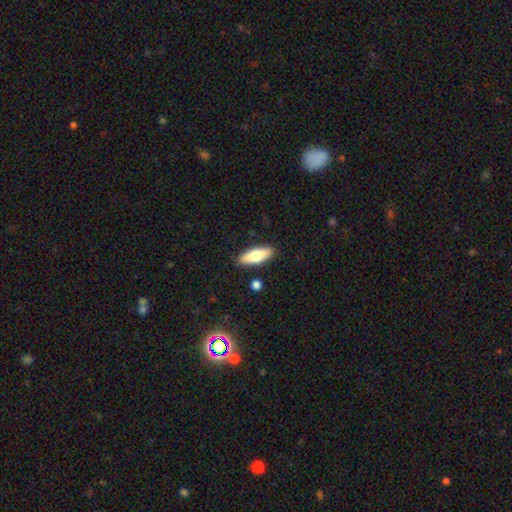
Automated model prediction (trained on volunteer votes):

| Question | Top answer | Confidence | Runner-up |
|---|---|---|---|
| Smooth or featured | smooth | 71% | featured or disk (23%) |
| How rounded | in between | 55% | cigar-shaped (42%) |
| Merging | none | 87% | minor disturbance (9%) |